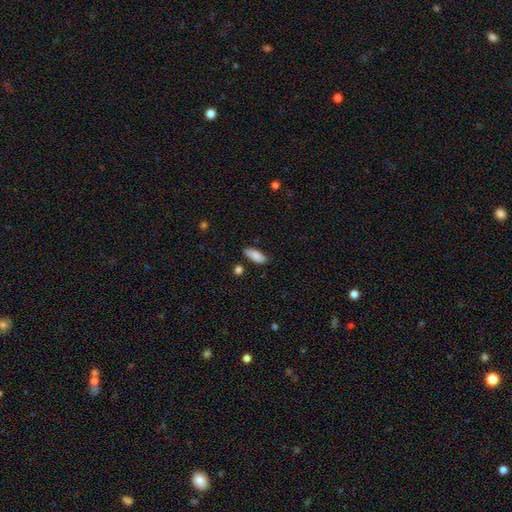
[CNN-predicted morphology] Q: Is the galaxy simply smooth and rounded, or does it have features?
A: smooth — 86%.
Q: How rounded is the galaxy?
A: in between — 74%.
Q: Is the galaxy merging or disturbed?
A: none — 78%.